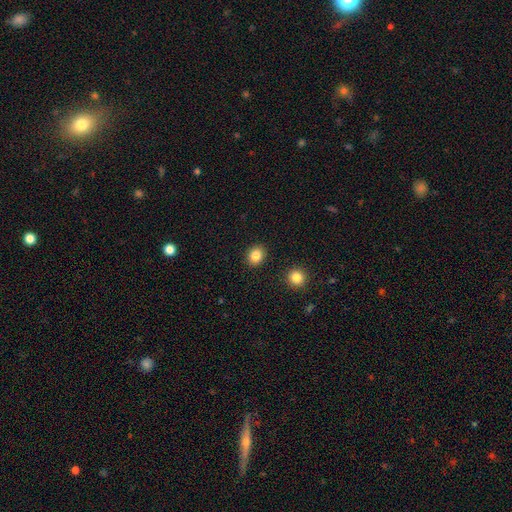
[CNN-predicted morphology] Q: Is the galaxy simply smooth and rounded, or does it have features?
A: smooth — 85%.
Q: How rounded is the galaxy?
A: round — 68%.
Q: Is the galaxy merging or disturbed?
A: none — 89%.